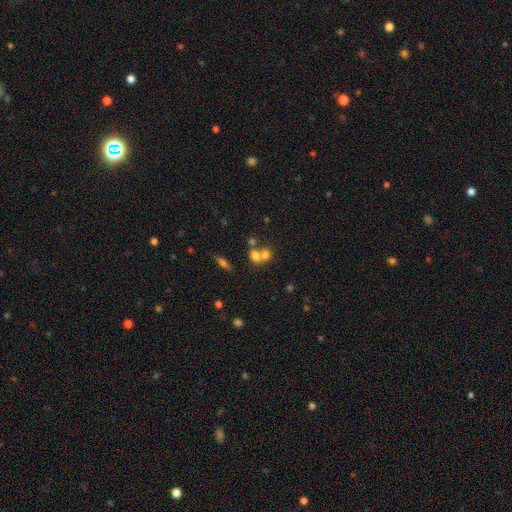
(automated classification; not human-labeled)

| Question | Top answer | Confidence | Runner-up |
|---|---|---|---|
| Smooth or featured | smooth | 67% | featured or disk (19%) |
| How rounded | round | 58% | in between (40%) |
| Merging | merger | 56% | none (32%) |